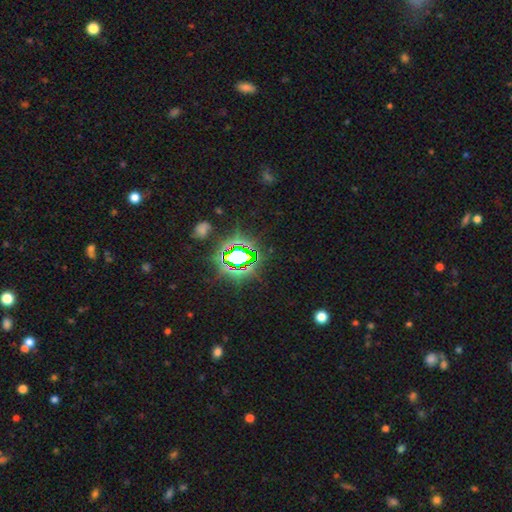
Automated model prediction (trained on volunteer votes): Smooth or featured: star or artifact — 81% (smooth — 11%)